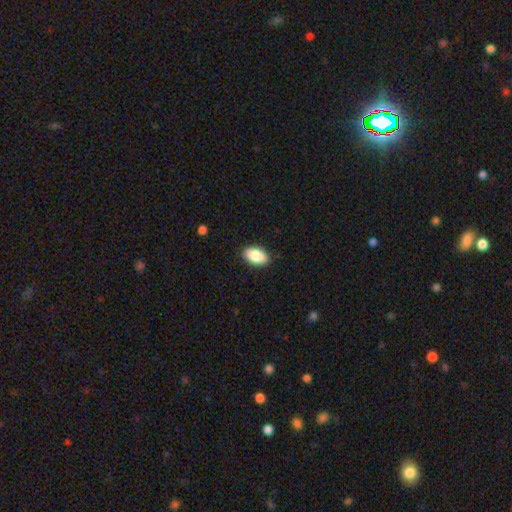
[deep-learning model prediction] The model was most divided on "smooth or featured": smooth: 86%, featured or disk: 7%, star or artifact: 7%. More confident: how rounded — in between (93%); merging — none (89%).